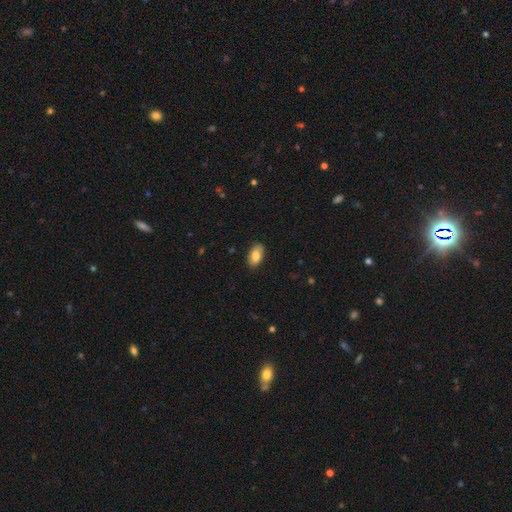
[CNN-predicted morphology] Smooth or featured? Predicted: smooth (p=0.82). How rounded? Predicted: in between (p=0.93). Merging? Predicted: none (p=0.87).